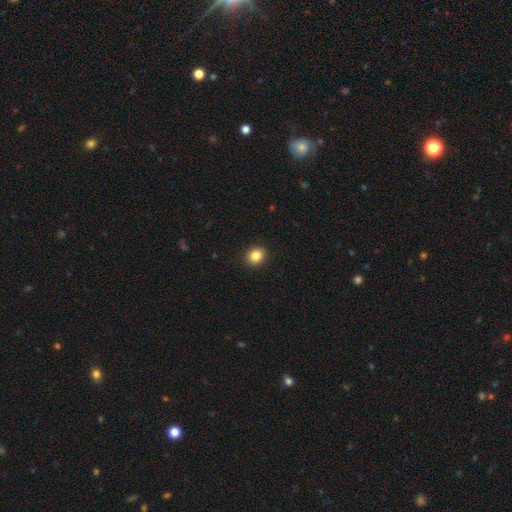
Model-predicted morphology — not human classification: Smooth or featured: smooth — 85% (star or artifact — 10%)
How rounded: round — 71% (in between — 28%)
Merging: none — 92% (minor disturbance — 5%)